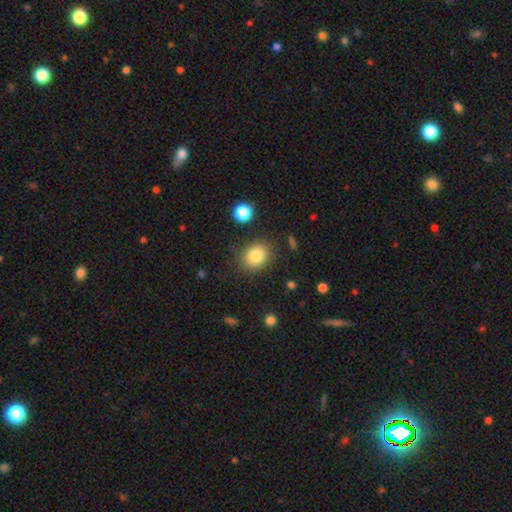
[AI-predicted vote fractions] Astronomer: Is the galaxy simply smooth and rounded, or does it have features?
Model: smooth — 82%.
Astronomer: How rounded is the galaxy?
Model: round — 54% (runner-up: in between, 45%).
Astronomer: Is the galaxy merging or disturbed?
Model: none — 83%.